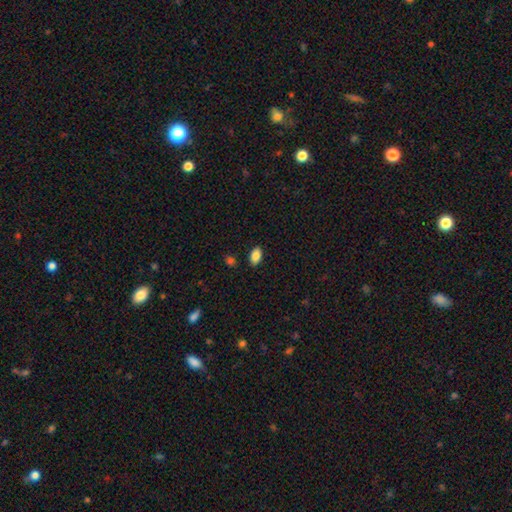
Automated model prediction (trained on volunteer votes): Morphology: type=smooth (88%); roundness=in between (92%); merging=none (87%).